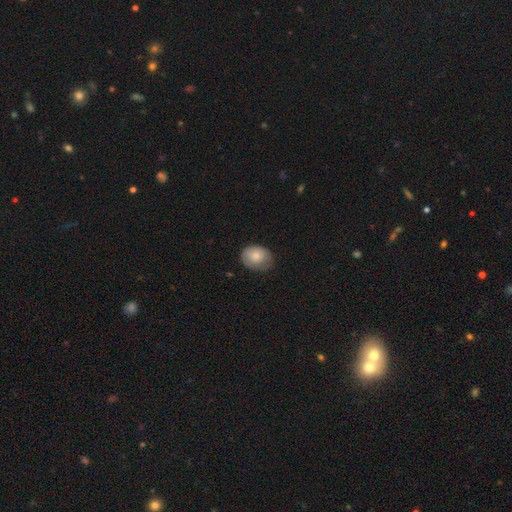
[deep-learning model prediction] This appears to be a smooth galaxy with no disk features (76%) that is in between round and cigar-shaped (64%). Merging: none (62%).